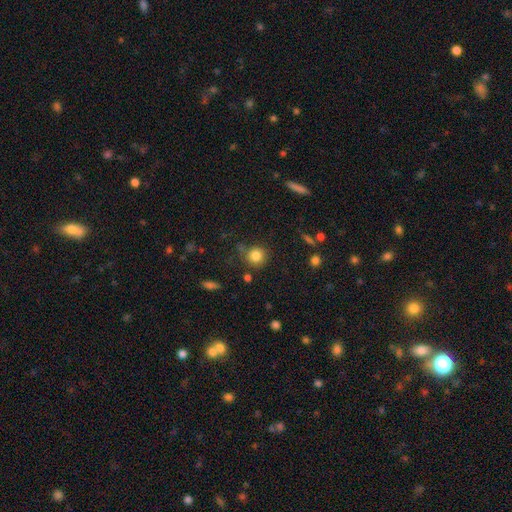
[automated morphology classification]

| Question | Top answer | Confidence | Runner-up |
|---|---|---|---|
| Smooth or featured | smooth | 82% | star or artifact (11%) |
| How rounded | round | 89% | in between (10%) |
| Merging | none | 76% | minor disturbance (13%) |